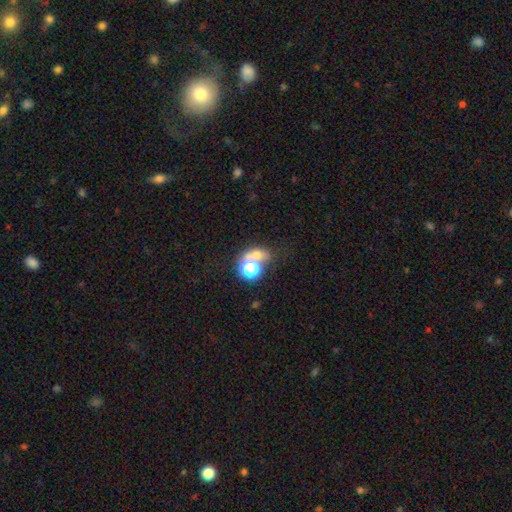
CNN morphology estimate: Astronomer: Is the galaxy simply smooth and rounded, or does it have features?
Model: smooth — 52% (runner-up: star or artifact, 32%).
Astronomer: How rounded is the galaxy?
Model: round — 63%.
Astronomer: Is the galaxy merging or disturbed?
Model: none — 44% (runner-up: merger, 38%).